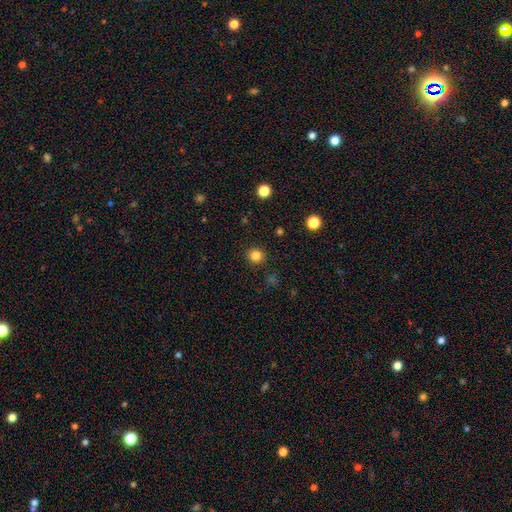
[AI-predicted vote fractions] smooth_or_featured: smooth (p=0.83) [alt: star or artifact p=0.13]
how_rounded: round (p=0.89) [alt: in between p=0.10]
merging: none (p=0.91) [alt: minor disturbance p=0.06]